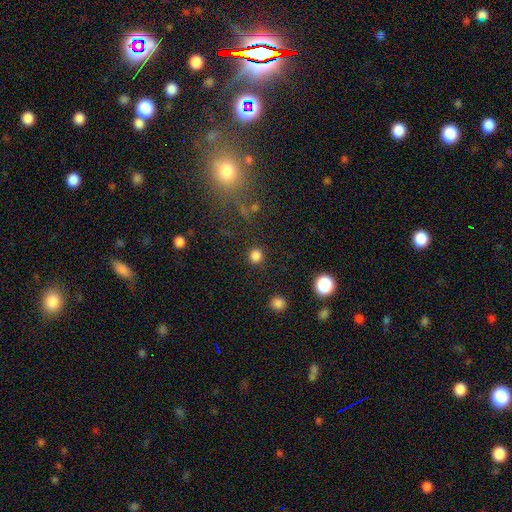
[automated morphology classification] smooth-or-featured: smooth: 82% | star or artifact: 14% | featured or disk: 4%
  how-rounded: round: 91% | in between: 8% | cigar-shaped: 1%
  merging: none: 88% | minor disturbance: 7% | major disturbance: 3% | merger: 2%